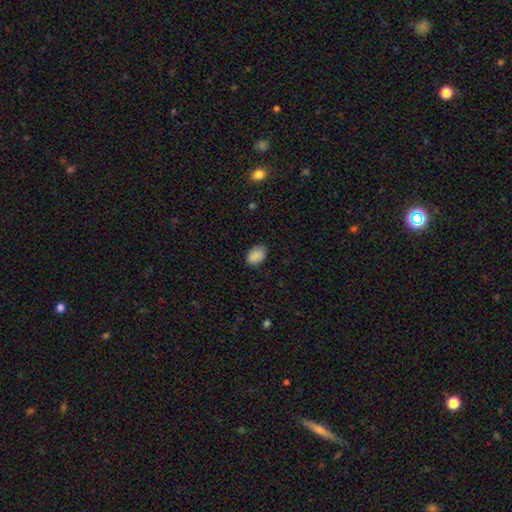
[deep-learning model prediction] Smooth or featured: smooth — 88% (star or artifact — 8%)
How rounded: in between — 84% (round — 15%)
Merging: none — 81% (minor disturbance — 15%)